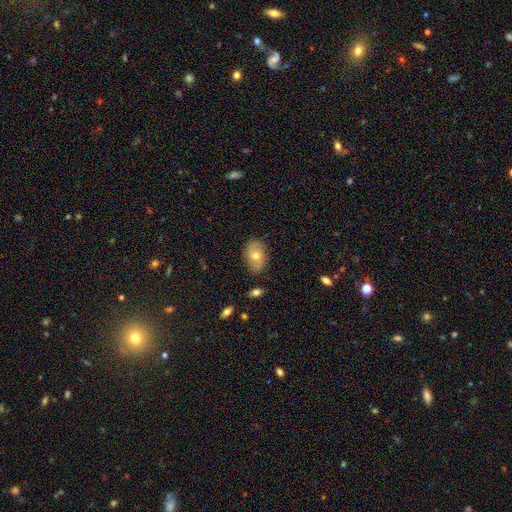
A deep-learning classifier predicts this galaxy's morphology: This is possibly a featured or disk galaxy (56%). It is clearly not viewed edge-on (95%). Bar: likely no (69%). Spiral arm pattern: clearly yes (80%). Central bulge: likely moderate (65%). Merging: likely none (79%).